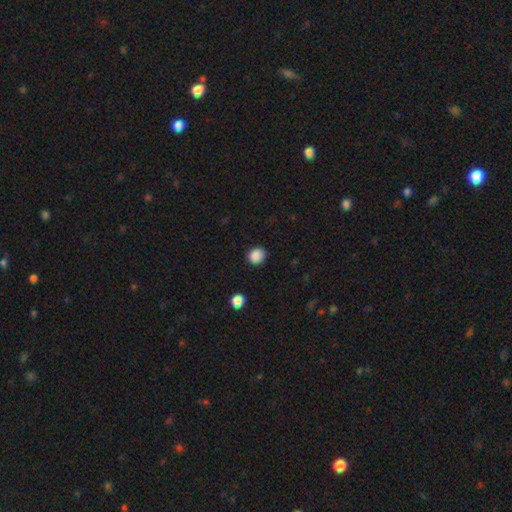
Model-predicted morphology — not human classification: This appears to be a smooth galaxy with no disk features (88%) that is round (76%). Merging: none (86%).